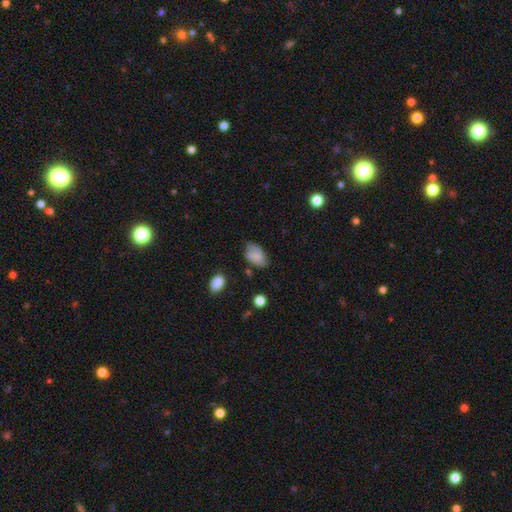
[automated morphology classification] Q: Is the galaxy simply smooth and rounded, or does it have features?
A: smooth — 68%.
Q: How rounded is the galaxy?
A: in between — 91%.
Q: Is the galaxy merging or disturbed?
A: none — 62%.